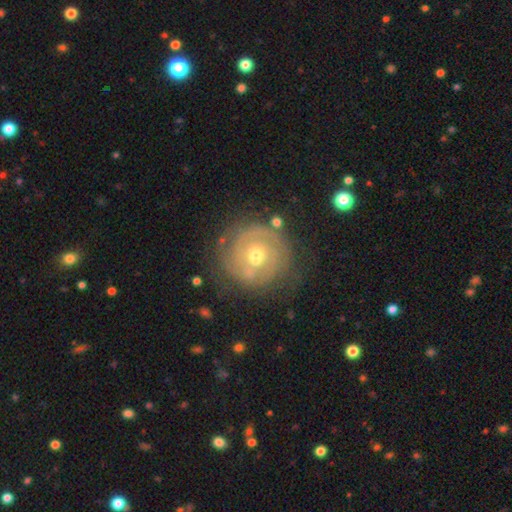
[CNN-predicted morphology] Smooth or featured?
  - featured or disk: 72% *
  - smooth: 21%
  - star or artifact: 7%
Edge-on disk?
  - no: 97% *
  - yes: 3%
Bar?
  - no: 70% *
  - weak: 25%
  - strong: 5%
Spiral arms?
  - yes: 80% *
  - no: 20%
Spiral winding?
  - tight: 71% *
  - medium: 22%
  - loose: 7%
Spiral arm count?
  - can't tell: 39% *
  - 2: 36%
  - 3: 12%
  - 1: 6%
  - 4: 4%
  - more than 4: 3%
Bulge size?
  - moderate: 53% *
  - small: 42%
  - large: 2%
  - none: 1%
  - dominant: 1%
Merging?
  - none: 70% *
  - minor disturbance: 16%
  - major disturbance: 7%
  - merger: 6%